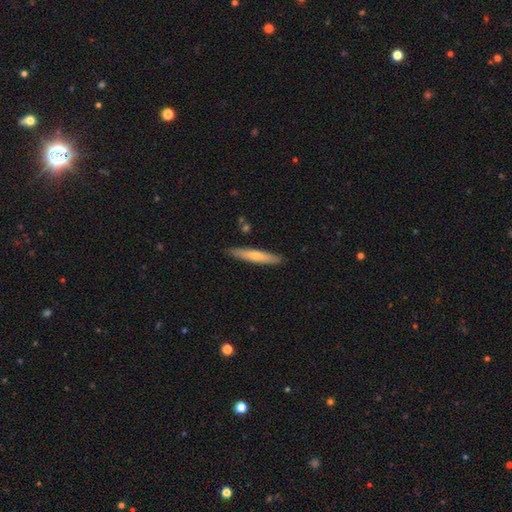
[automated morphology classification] Smooth or featured? Predicted: smooth (p=0.63). How rounded? Predicted: cigar-shaped (p=0.91). Merging? Predicted: none (p=0.88).